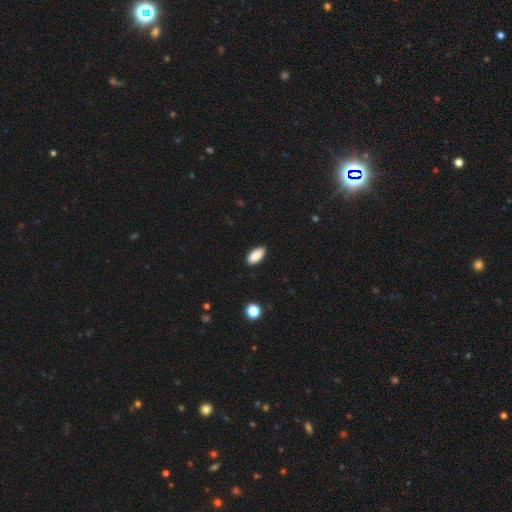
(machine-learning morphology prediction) Smooth or featured? Predicted: smooth (p=0.88). How rounded? Predicted: in between (p=0.91). Merging? Predicted: none (p=0.88).